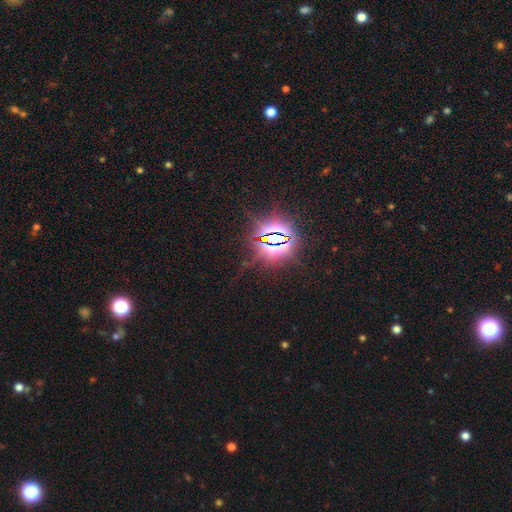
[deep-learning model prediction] This appears to be a star or artifact, not a galaxy (86%).